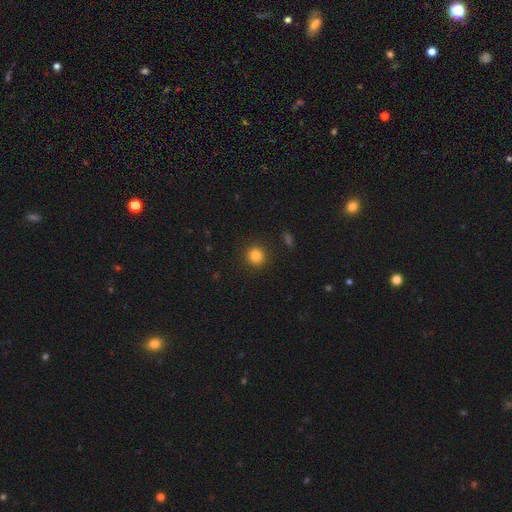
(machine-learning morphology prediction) type=smooth (83%); roundness=round (92%); merging=none (91%).